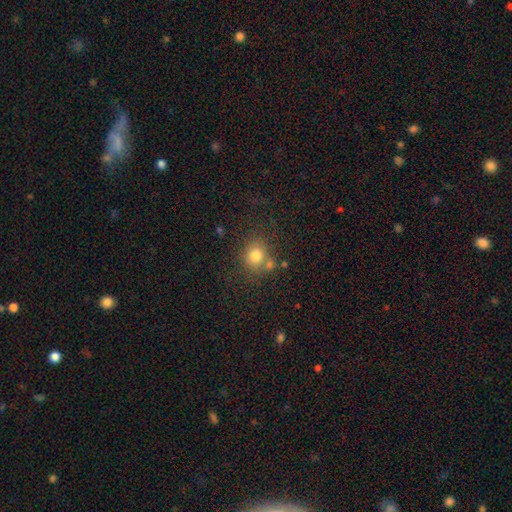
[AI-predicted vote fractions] Smooth or featured? Predicted: smooth (p=0.78). How rounded? Predicted: round (p=0.78). Merging? Predicted: none (p=0.64).